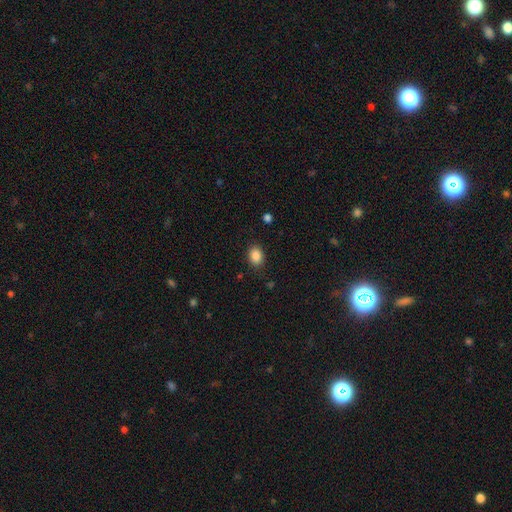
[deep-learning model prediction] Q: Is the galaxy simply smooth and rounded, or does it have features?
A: smooth — 87%.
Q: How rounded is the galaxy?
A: in between — 62%.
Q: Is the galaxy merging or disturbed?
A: none — 85%.